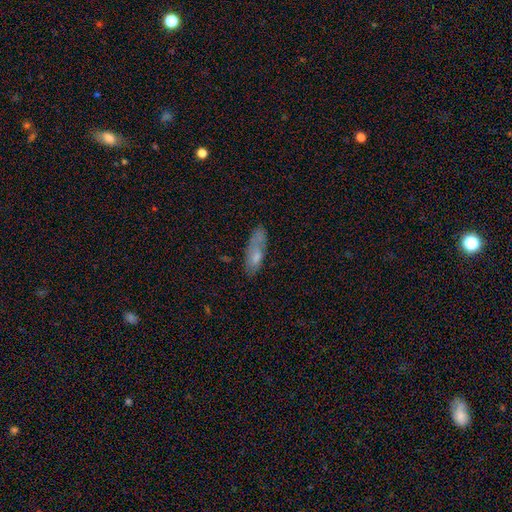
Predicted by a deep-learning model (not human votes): This is likely a smooth galaxy (71%). How rounded: likely in between (66%). Merging: possibly none (59%).